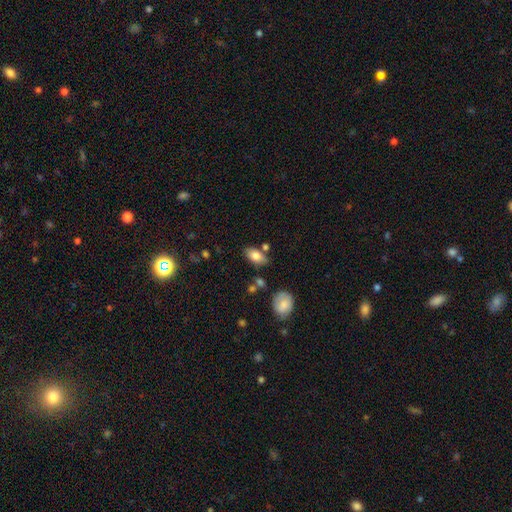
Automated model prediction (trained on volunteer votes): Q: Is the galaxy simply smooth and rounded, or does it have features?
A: smooth — 80%.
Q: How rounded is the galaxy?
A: in between — 91%.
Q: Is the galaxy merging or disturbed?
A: none — 73%.